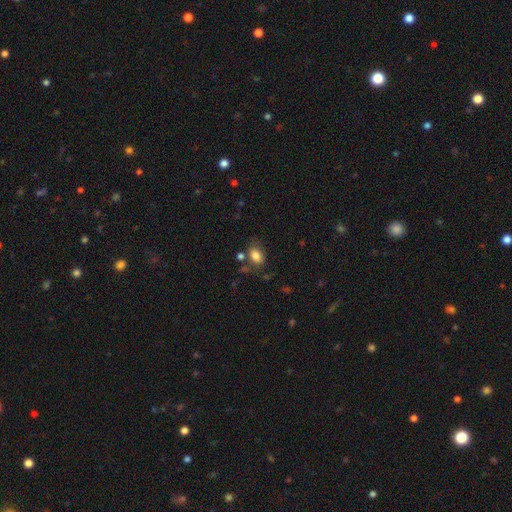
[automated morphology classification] smooth-or-featured: smooth: 81% | featured or disk: 10% | star or artifact: 9%
  how-rounded: in between: 77% | round: 21% | cigar-shaped: 1%
  merging: none: 65% | minor disturbance: 18% | merger: 10% | major disturbance: 7%